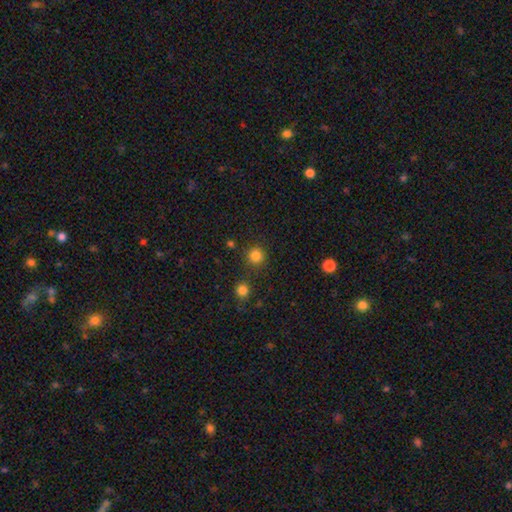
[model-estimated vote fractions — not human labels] Q: Smooth or featured?
A: smooth (83%); runner-up: star or artifact (14%)
Q: How rounded?
A: round (94%); runner-up: in between (5%)
Q: Merging?
A: none (86%); runner-up: minor disturbance (7%)